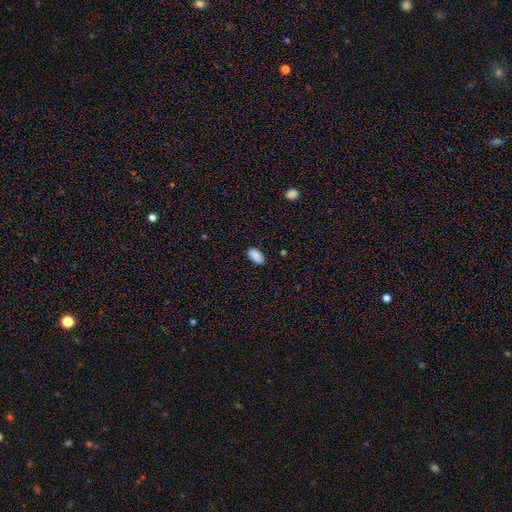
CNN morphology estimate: Smooth or featured: smooth — 88% (star or artifact — 8%)
How rounded: in between — 95% (round — 3%)
Merging: none — 84% (minor disturbance — 12%)